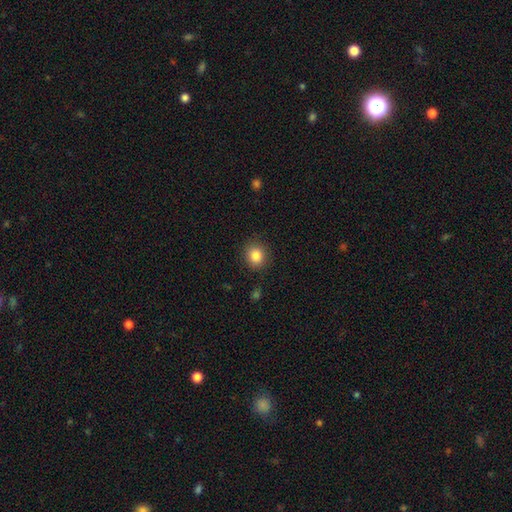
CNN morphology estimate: This appears to be a smooth galaxy with no disk features (85%) that is round (81%). Merging: none (88%).